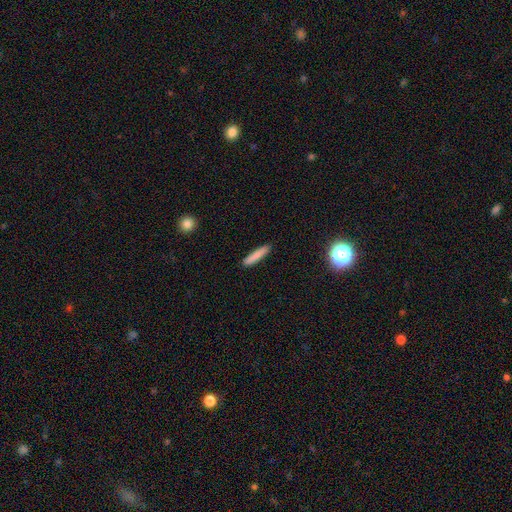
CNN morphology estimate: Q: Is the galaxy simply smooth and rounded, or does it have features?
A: smooth — 84%.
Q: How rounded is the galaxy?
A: cigar-shaped — 91%.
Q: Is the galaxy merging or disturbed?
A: none — 90%.